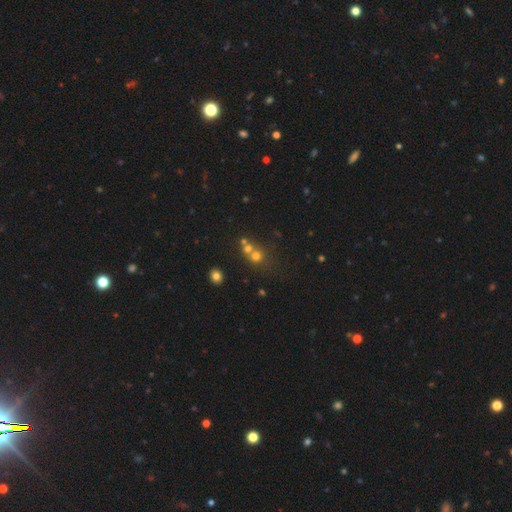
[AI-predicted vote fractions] This appears to be a smooth galaxy with no disk features (64%) that is round (85%). Merging: merger (46%).